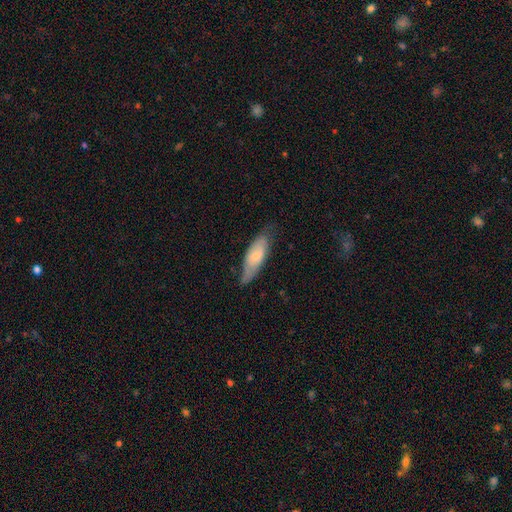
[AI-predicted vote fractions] Smooth or featured: smooth — 60% (featured or disk — 35%)
How rounded: in between — 61% (cigar-shaped — 38%)
Merging: none — 64% (minor disturbance — 28%)